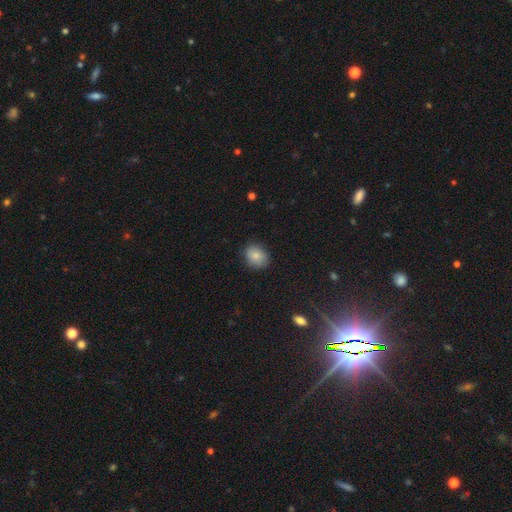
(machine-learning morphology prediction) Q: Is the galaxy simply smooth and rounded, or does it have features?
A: smooth — 82%.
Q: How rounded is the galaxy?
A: round — 55%.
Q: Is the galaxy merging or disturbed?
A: none — 82%.